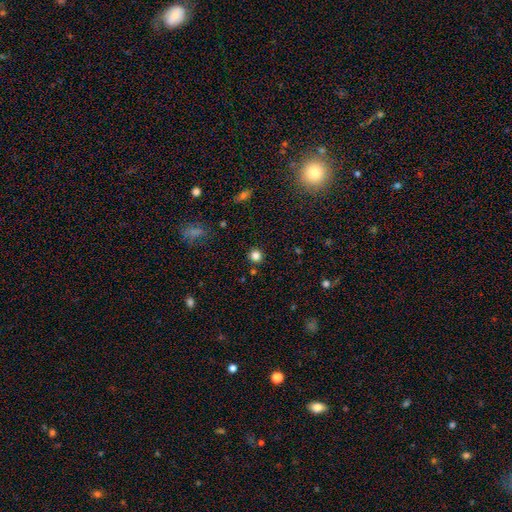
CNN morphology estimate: This is clearly a smooth galaxy (82%). How rounded: clearly round (92%). Merging: clearly none (90%).